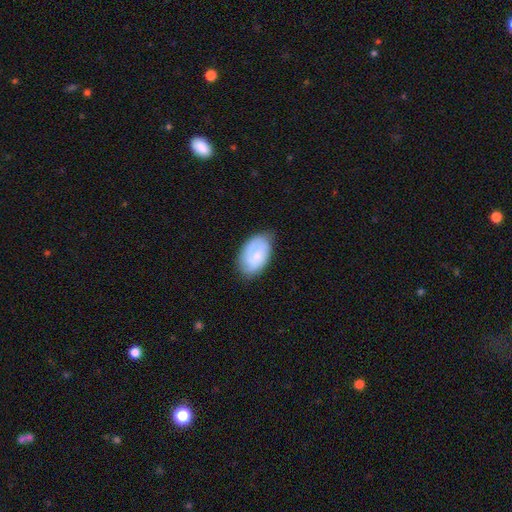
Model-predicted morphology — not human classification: A smooth galaxy with no disk features (63%) that is in between round and cigar-shaped (92%). Merging: none (68%).